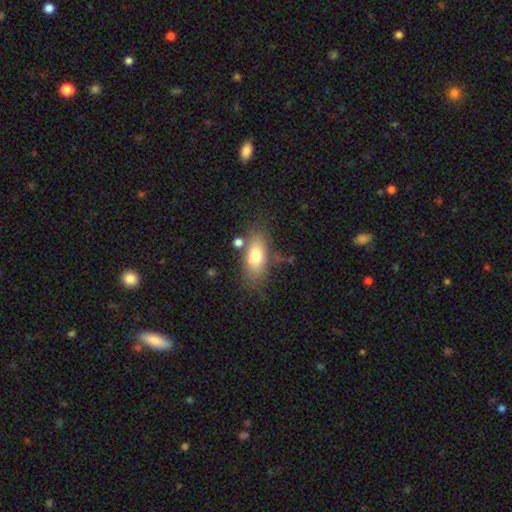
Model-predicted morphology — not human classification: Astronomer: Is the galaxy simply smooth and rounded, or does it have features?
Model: smooth — 73%.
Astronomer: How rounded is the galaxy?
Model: in between — 82%.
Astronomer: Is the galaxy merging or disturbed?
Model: none — 66%.